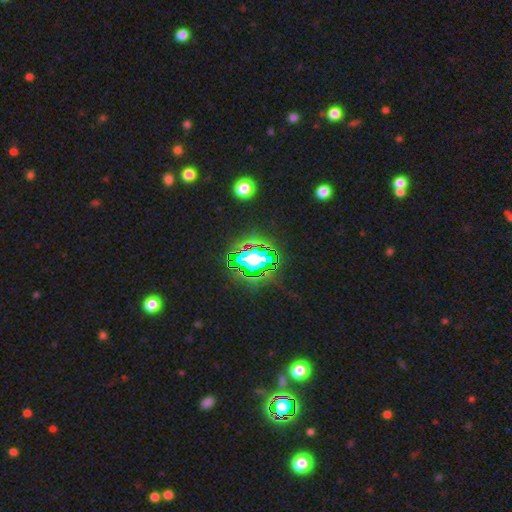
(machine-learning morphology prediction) The model was most divided on "smooth or featured": star or artifact: 73%, smooth: 16%, featured or disk: 11%.